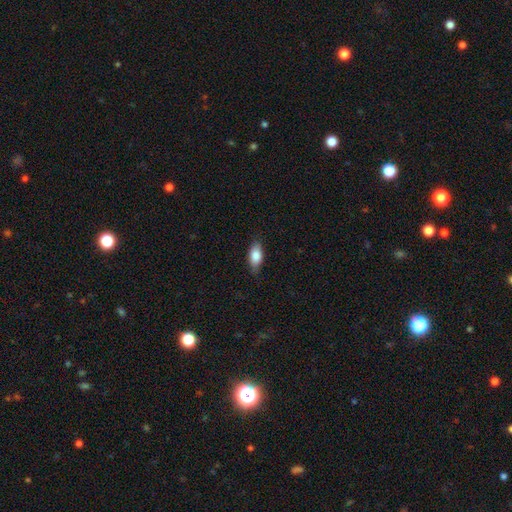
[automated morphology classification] Q: Smooth or featured?
A: smooth (83%); runner-up: featured or disk (11%)
Q: How rounded?
A: in between (87%); runner-up: cigar-shaped (9%)
Q: Merging?
A: none (81%); runner-up: minor disturbance (15%)